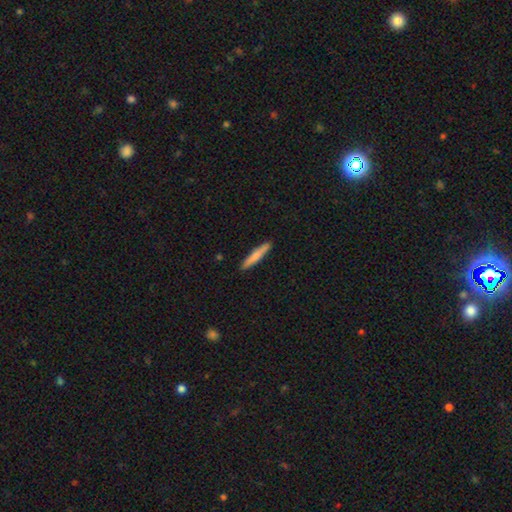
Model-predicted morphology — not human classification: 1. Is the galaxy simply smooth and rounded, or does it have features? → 72% smooth, 23% featured or disk, 5% star or artifact.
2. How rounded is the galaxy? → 94% cigar-shaped, 5% in between, 1% round.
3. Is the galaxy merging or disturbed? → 91% none, 7% minor disturbance, 1% major disturbance, 1% merger.